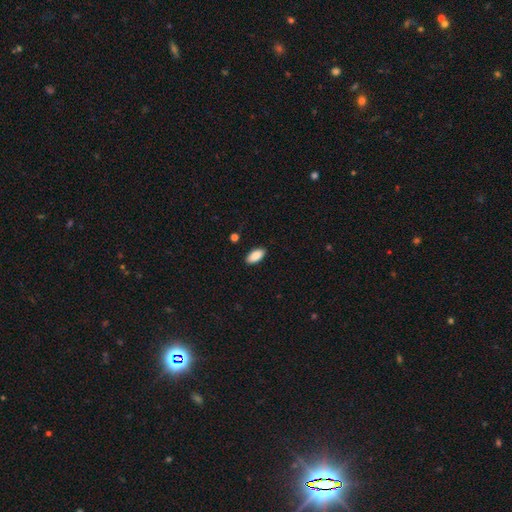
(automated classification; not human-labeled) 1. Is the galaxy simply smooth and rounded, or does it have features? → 89% smooth, 6% star or artifact, 5% featured or disk.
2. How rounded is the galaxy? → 91% in between, 7% cigar-shaped, 2% round.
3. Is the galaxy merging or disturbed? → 89% none, 8% minor disturbance, 2% major disturbance, 1% merger.